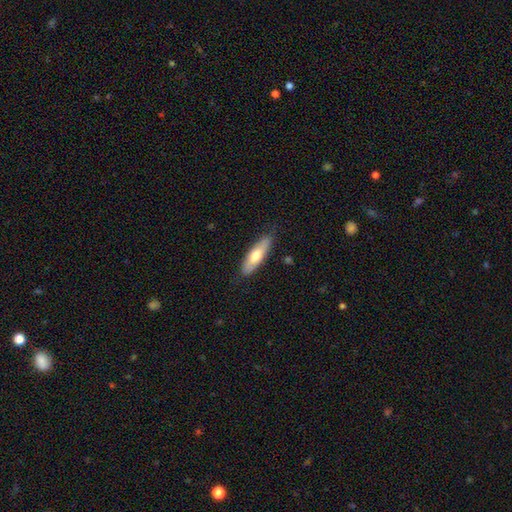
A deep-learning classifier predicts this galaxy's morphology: Smooth or featured: smooth — 65% (featured or disk — 30%)
How rounded: cigar-shaped — 51% (in between — 47%)
Merging: none — 83% (minor disturbance — 13%)